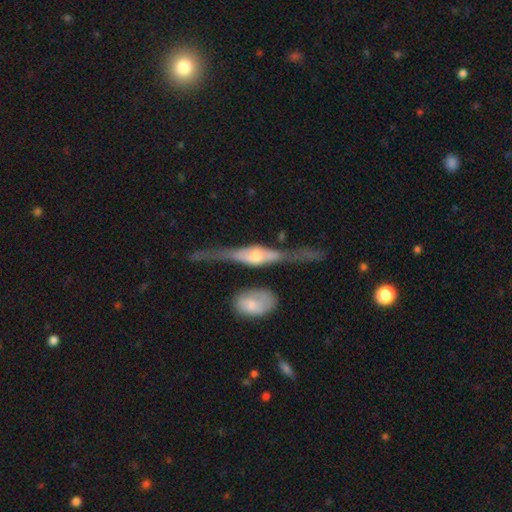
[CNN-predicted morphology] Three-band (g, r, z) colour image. It shows a featured or disk galaxy (85%) viewed edge-on (94%) with a rounded central bulge (84%). Merging: none (66%).